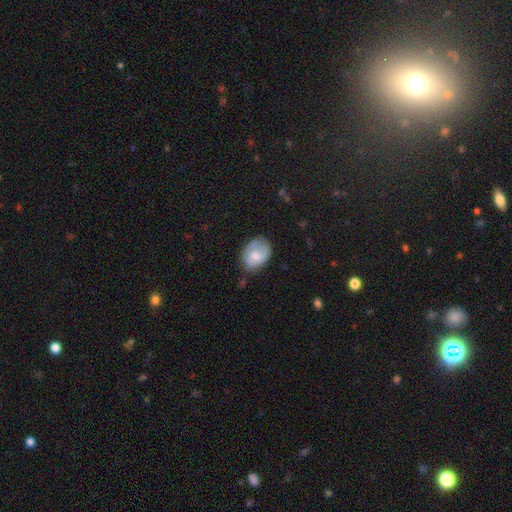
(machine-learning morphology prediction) Overall: smooth (67%). How rounded: in between (67%; round 32%). Merging: none (60%; minor disturbance 30%).